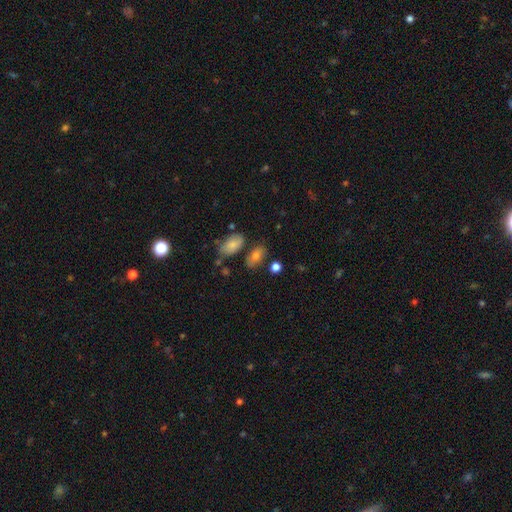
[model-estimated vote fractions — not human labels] Smooth or featured: smooth — 79% (featured or disk — 11%)
How rounded: in between — 85% (round — 11%)
Merging: none — 68% (minor disturbance — 16%)